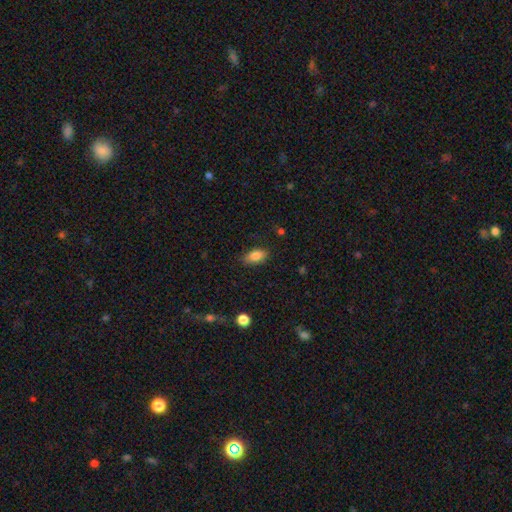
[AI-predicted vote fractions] smooth 84%, star or artifact 8%, featured or disk 8%. Down the decision tree: how rounded — in between (90%); merging — none (81%).